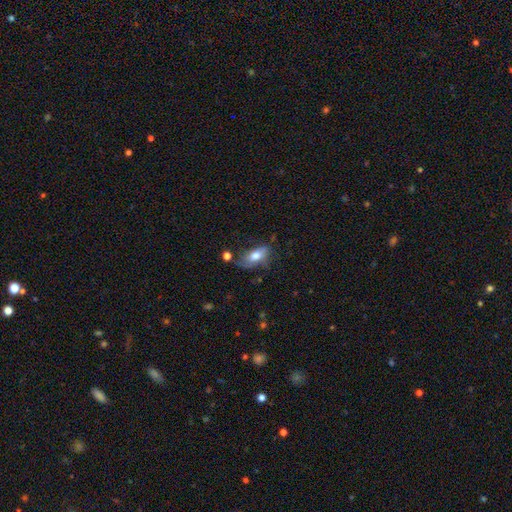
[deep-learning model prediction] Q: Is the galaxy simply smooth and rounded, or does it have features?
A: smooth — 71%.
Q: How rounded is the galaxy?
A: in between — 85%.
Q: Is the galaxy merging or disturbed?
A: none — 48%.